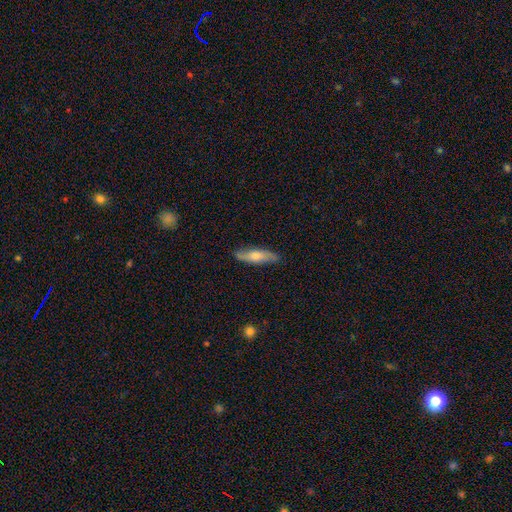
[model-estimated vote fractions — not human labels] A featured or disk galaxy (48%).

Vote fractions:
- Smooth or featured? featured or disk: 48% / smooth: 45% / star or artifact: 7%
- Merging? none: 84% / minor disturbance: 12% / major disturbance: 2% / merger: 1%